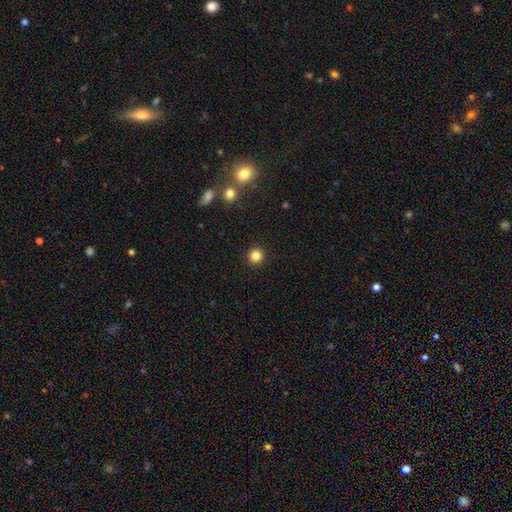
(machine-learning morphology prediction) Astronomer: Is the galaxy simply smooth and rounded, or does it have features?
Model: smooth — 84%.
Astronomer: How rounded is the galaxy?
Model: round — 95%.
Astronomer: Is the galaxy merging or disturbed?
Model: none — 93%.